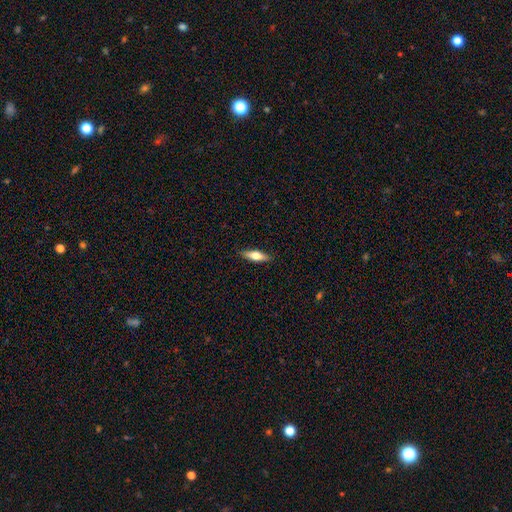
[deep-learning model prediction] This is possibly a smooth galaxy (56%). How rounded: possibly cigar-shaped (51%). Merging: clearly none (89%).